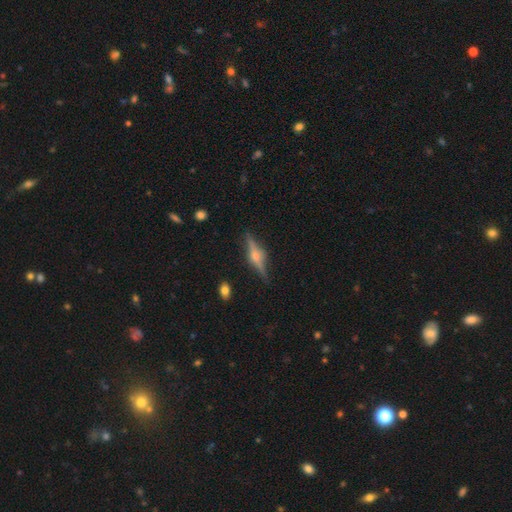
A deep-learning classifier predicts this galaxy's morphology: type=featured or disk (76%); edge-on=yes (97%); edge-on bulge=rounded (90%); merging=none (86%).